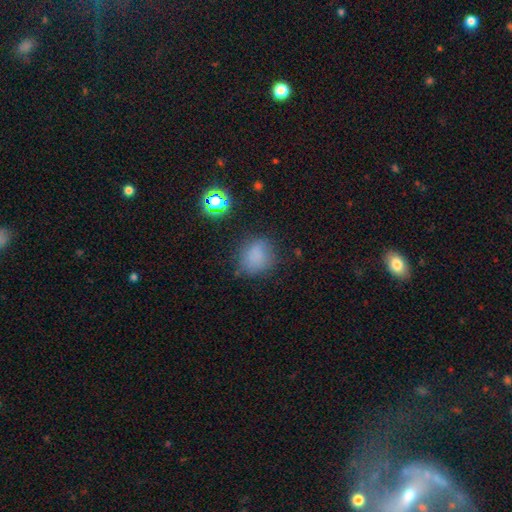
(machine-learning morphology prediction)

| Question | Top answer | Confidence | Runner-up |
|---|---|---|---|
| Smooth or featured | smooth | 78% | star or artifact (15%) |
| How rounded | round | 74% | in between (25%) |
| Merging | none | 72% | minor disturbance (19%) |